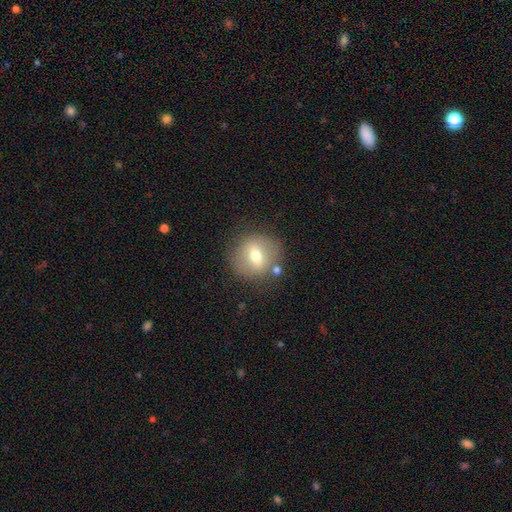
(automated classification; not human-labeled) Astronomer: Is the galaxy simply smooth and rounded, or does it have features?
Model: smooth — 57% (runner-up: featured or disk, 34%).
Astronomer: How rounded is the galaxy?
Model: round — 83%.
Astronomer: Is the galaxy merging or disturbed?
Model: none — 78%.